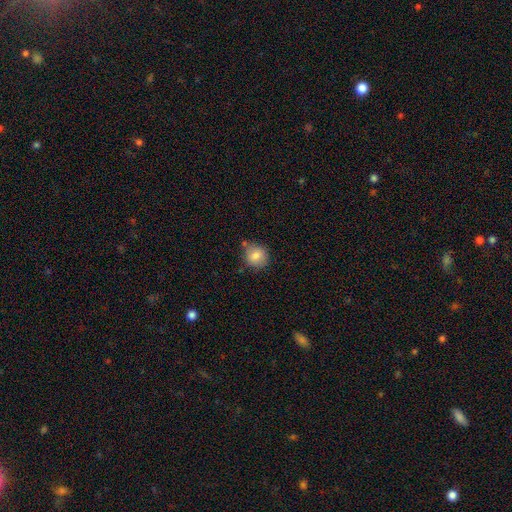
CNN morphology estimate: Smooth or featured?
  - smooth: 81% *
  - featured or disk: 10%
  - star or artifact: 9%
How rounded?
  - round: 83% *
  - in between: 15%
  - cigar-shaped: 1%
Merging?
  - none: 72% *
  - minor disturbance: 17%
  - merger: 7%
  - major disturbance: 4%